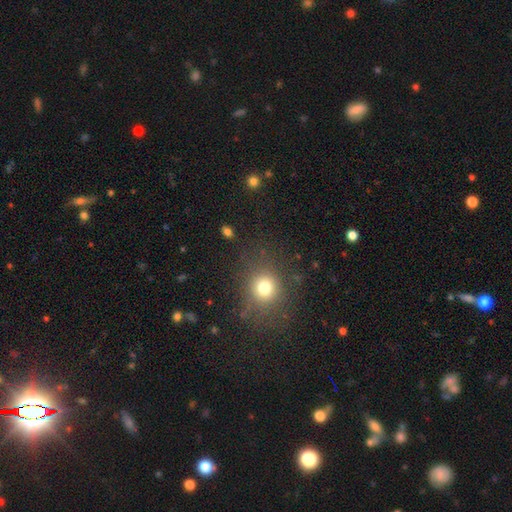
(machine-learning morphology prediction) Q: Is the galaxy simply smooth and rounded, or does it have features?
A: smooth — 64%.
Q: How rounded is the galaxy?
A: round — 78%.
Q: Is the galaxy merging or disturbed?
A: none — 88%.